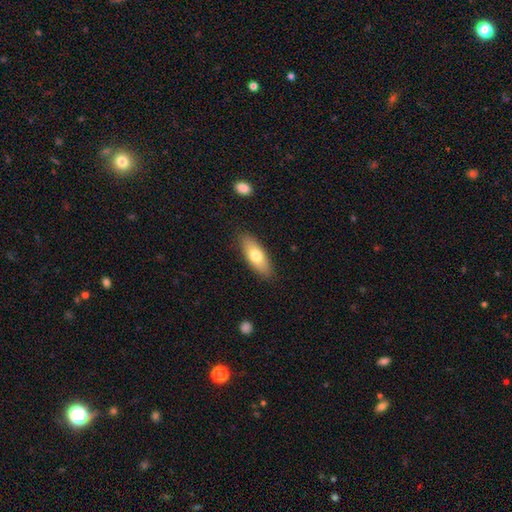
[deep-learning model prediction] This appears to be a smooth galaxy with no disk features (71%) that is in between round and cigar-shaped (71%). Merging: none (87%).